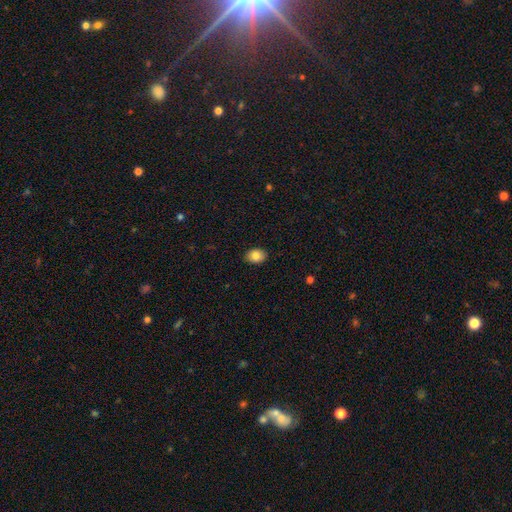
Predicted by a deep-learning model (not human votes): A smooth galaxy with no disk features (85%) that is in between round and cigar-shaped (74%). Merging: none (89%).